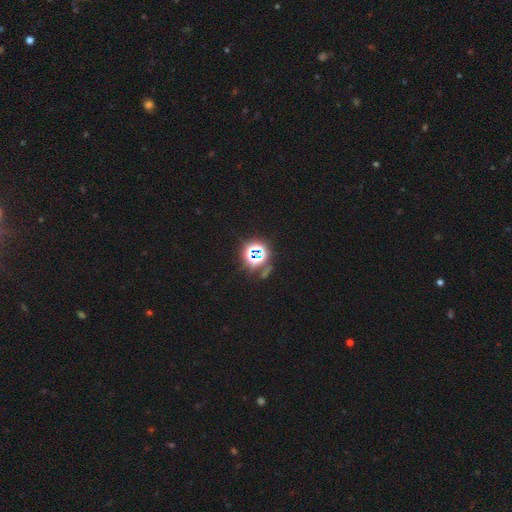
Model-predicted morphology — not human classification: Q: Smooth or featured?
A: star or artifact (73%); runner-up: smooth (17%)